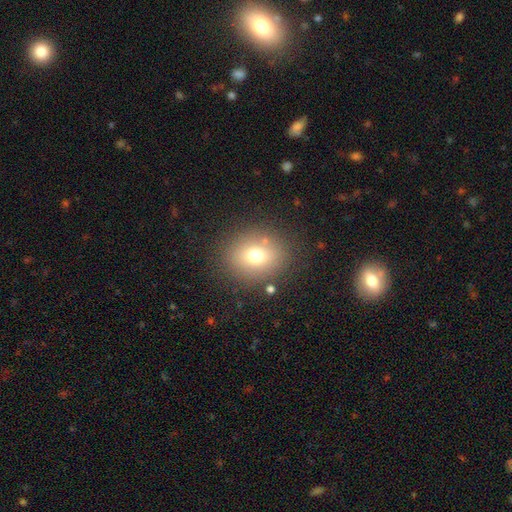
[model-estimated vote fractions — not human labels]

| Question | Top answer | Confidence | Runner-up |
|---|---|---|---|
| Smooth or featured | smooth | 70% | star or artifact (16%) |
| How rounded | round | 69% | in between (30%) |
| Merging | none | 82% | minor disturbance (10%) |